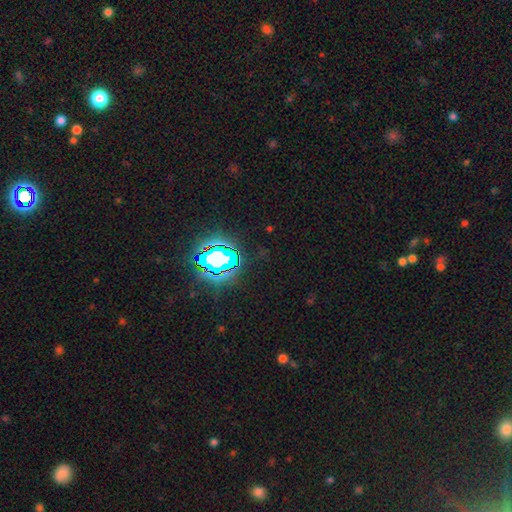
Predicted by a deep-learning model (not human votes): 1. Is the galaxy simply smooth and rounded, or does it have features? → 79% star or artifact, 14% smooth, 8% featured or disk.